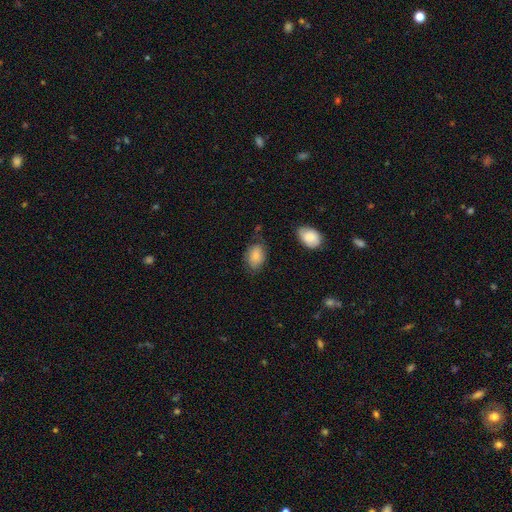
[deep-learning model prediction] smooth-or-featured: smooth: 84% | featured or disk: 9% | star or artifact: 7%
  how-rounded: in between: 85% | round: 13% | cigar-shaped: 1%
  merging: none: 68% | minor disturbance: 23% | major disturbance: 6% | merger: 3%